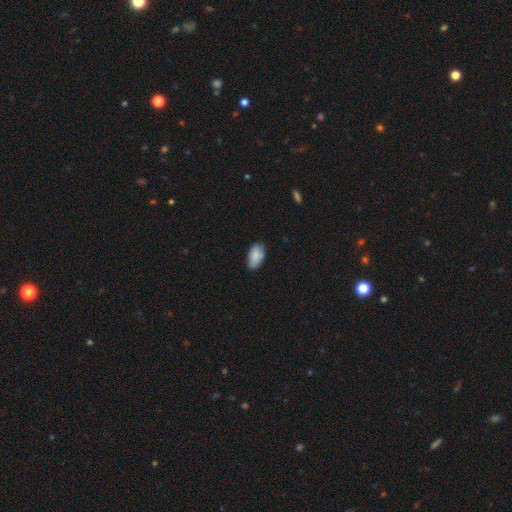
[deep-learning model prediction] Smooth or featured? Predicted: smooth (p=0.84). How rounded? Predicted: in between (p=0.93). Merging? Predicted: none (p=0.68).